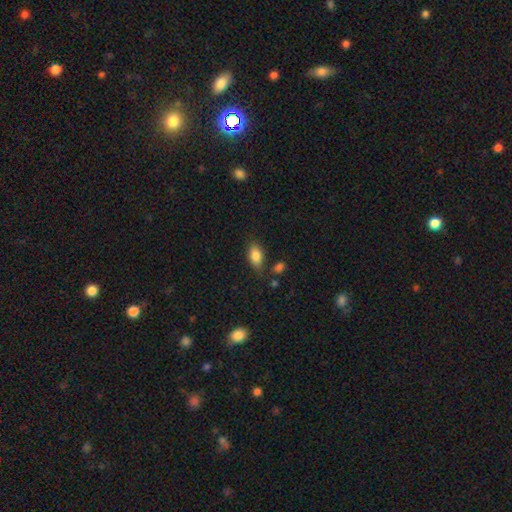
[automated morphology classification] This is clearly a smooth galaxy (83%). How rounded: clearly in between (90%). Merging: likely none (72%).